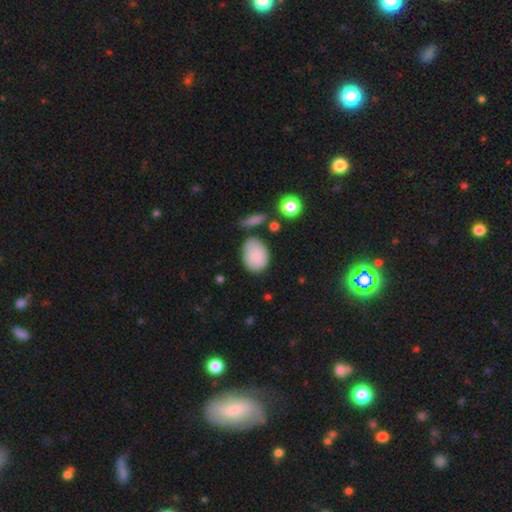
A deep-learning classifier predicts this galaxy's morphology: smooth_or_featured: smooth (p=0.81) [alt: featured or disk p=0.12]
how_rounded: in between (p=0.71) [alt: round p=0.28]
merging: none (p=0.61) [alt: minor disturbance p=0.24]